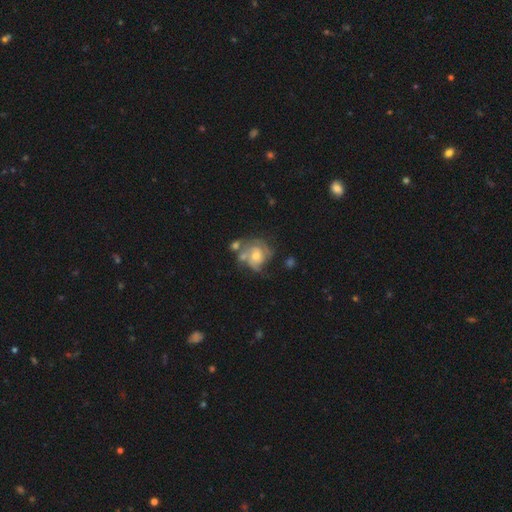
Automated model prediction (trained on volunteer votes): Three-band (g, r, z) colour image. It shows a featured or disk galaxy (65%) with no bar (75%), tight (48%) spiral arms (79%) and a moderate central bulge (63%). Merging: none (42%).